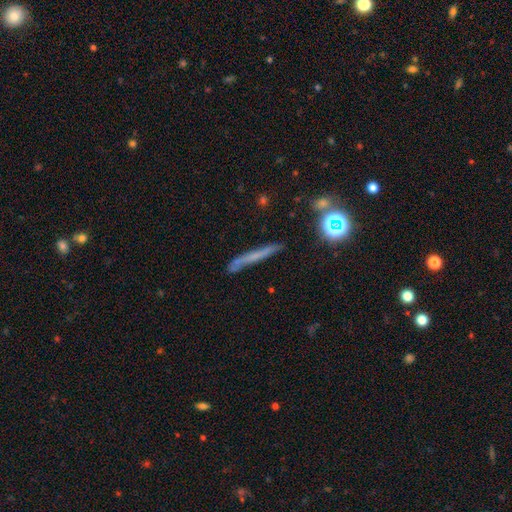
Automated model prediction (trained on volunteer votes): smooth_or_featured: smooth (p=0.48) [alt: featured or disk p=0.38]
merging: none (p=0.74) [alt: minor disturbance p=0.17]